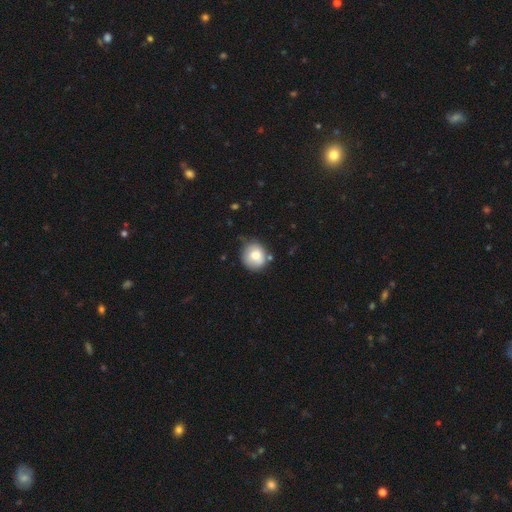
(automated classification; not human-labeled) smooth_or_featured: smooth (p=0.77) [alt: featured or disk p=0.15]
how_rounded: round (p=0.81) [alt: in between p=0.18]
merging: none (p=0.64) [alt: minor disturbance p=0.25]